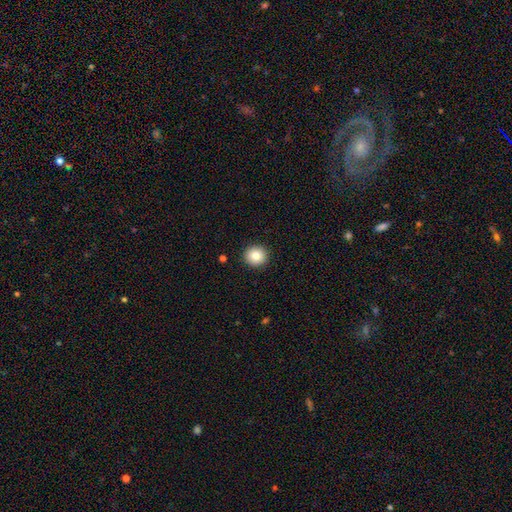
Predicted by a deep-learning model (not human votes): Morphology: type=smooth (84%); roundness=round (93%); merging=none (92%).